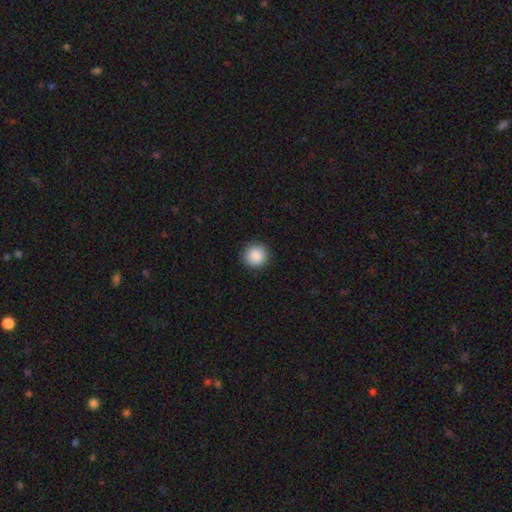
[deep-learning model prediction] Morphology: type=smooth (89%); roundness=round (95%); merging=none (92%).